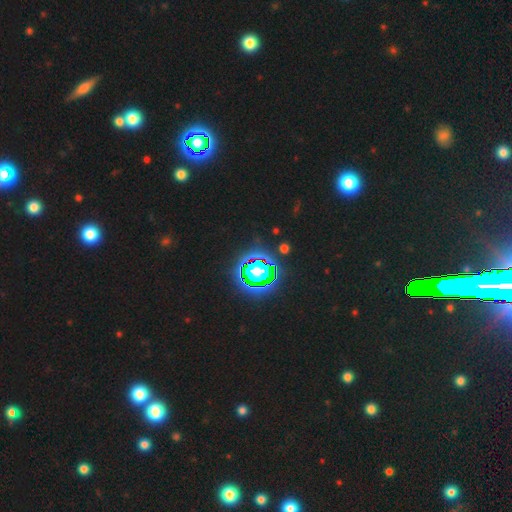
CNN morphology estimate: smooth-or-featured: star or artifact: 81% | smooth: 12% | featured or disk: 7%